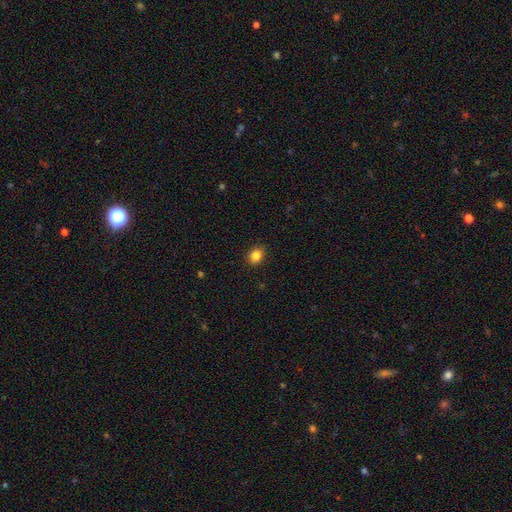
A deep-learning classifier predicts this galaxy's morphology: smooth_or_featured: smooth (p=0.85) [alt: star or artifact p=0.10]
how_rounded: in between (p=0.50) [alt: round p=0.49]
merging: none (p=0.89) [alt: minor disturbance p=0.08]